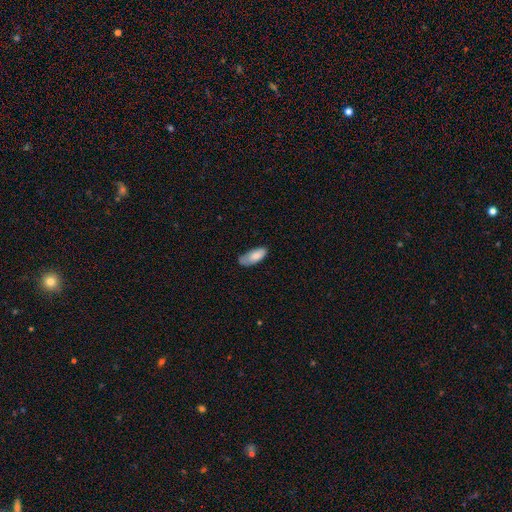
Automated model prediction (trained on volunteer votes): Smooth or featured: smooth — 80% (featured or disk — 14%)
How rounded: in between — 84% (cigar-shaped — 14%)
Merging: none — 49% (minor disturbance — 37%)